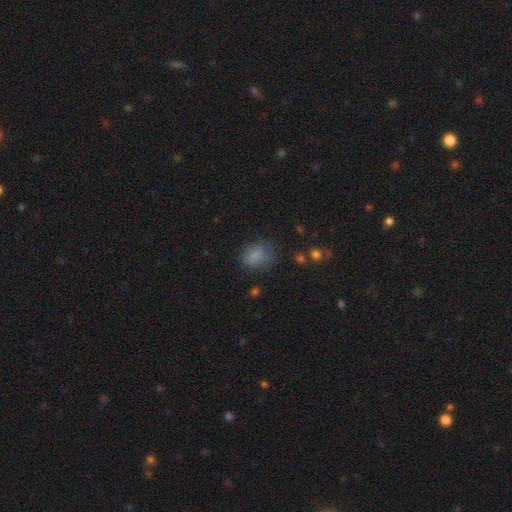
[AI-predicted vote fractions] The model was most divided on "how rounded": in between: 57%, round: 42%, cigar-shaped: 1%. More confident: smooth or featured — smooth (80%); merging — none (67%).